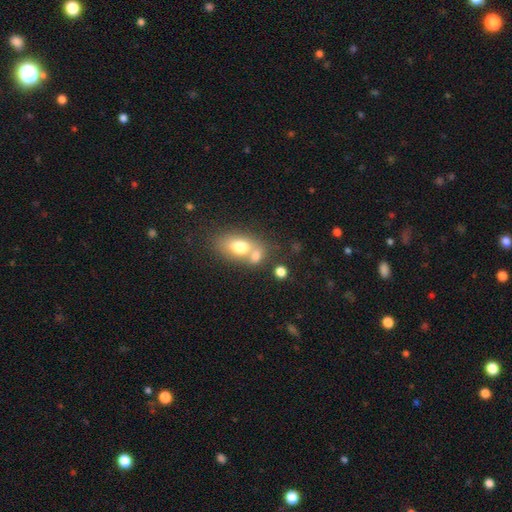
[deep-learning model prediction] A smooth galaxy with no disk features (73%) that is in between round and cigar-shaped (74%).

Vote fractions:
- Smooth or featured? smooth: 73% / featured or disk: 18% / star or artifact: 9%
- How rounded? in between: 74% / round: 24% / cigar-shaped: 3%
- Merging? merger: 52% / none: 33% / minor disturbance: 10% / major disturbance: 5%